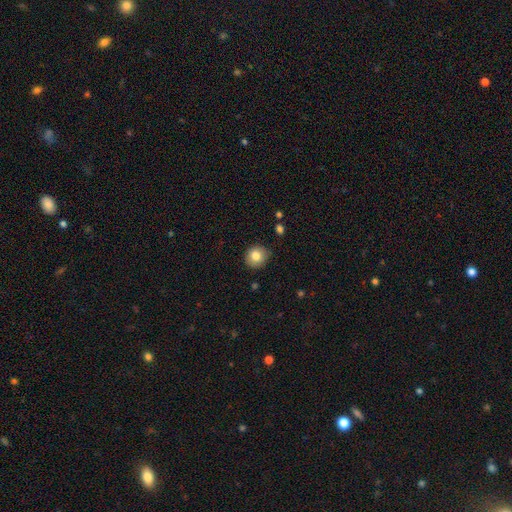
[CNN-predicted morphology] Overall: smooth (82%). How rounded: round (85%). Merging: none (85%).